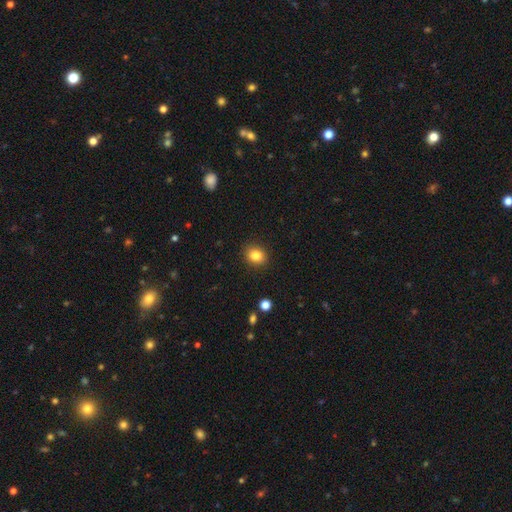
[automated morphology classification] A smooth galaxy with no disk features (83%) that is round (63%). Merging: none (90%).